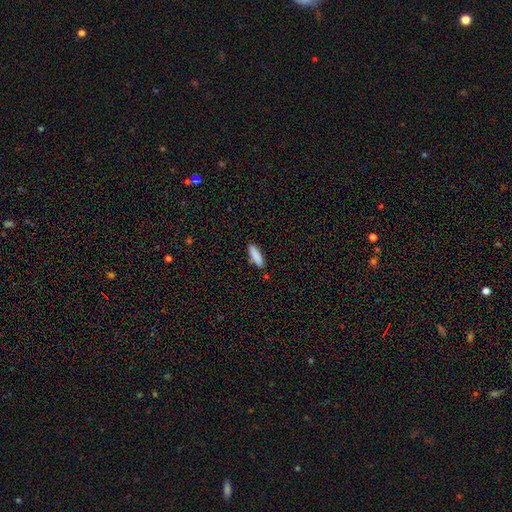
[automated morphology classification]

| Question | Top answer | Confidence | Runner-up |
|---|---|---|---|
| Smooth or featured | smooth | 88% | star or artifact (6%) |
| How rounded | cigar-shaped | 56% | in between (42%) |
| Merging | none | 85% | minor disturbance (11%) |